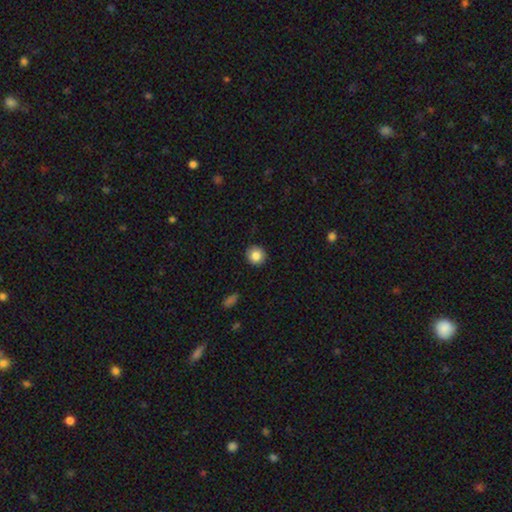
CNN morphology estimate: Smooth or featured? smooth (85%)
How rounded? round (91%)
Merging? none (90%)